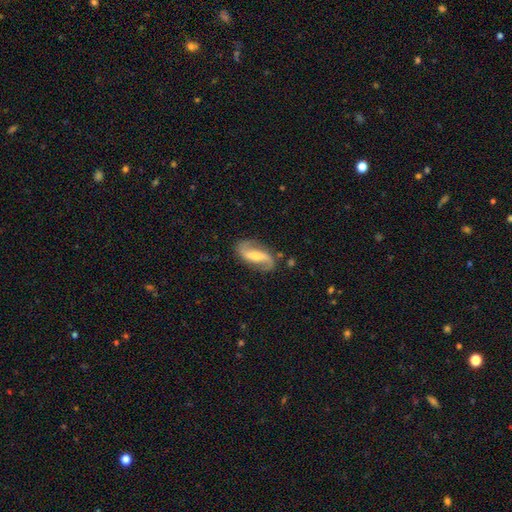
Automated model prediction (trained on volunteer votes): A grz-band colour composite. It shows a featured or disk galaxy (83%) with a strong bar (39%), 2 (93%) loose (59%) spiral arms (96%) and a moderate central bulge (43%). Merging: none (80%).